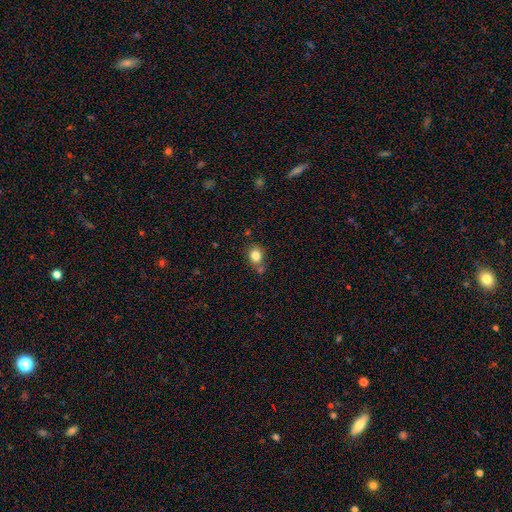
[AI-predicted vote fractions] This is clearly a smooth galaxy (83%). How rounded: possibly round (58%). Merging: likely none (64%).